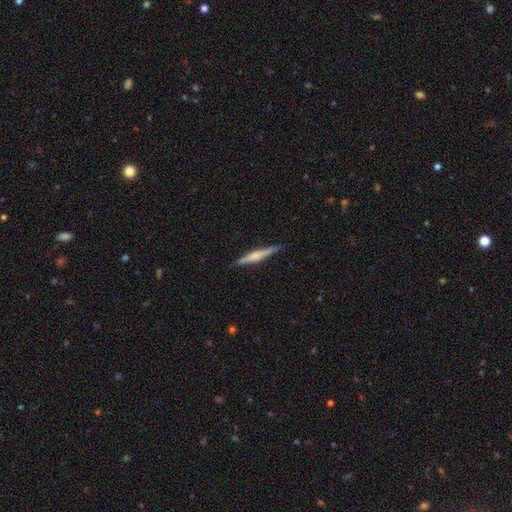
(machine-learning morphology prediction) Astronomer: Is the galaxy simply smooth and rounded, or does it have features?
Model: featured or disk — 56% (runner-up: smooth, 38%).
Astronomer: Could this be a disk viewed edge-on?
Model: yes — 98%.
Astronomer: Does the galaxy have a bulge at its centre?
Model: rounded — 59%.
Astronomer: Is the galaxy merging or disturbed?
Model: none — 90%.